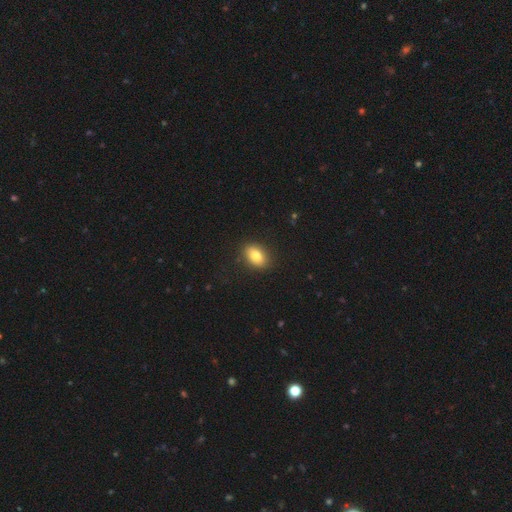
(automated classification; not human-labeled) Q: Smooth or featured?
A: smooth (81%); runner-up: featured or disk (10%)
Q: How rounded?
A: in between (81%); runner-up: round (18%)
Q: Merging?
A: none (88%); runner-up: minor disturbance (9%)